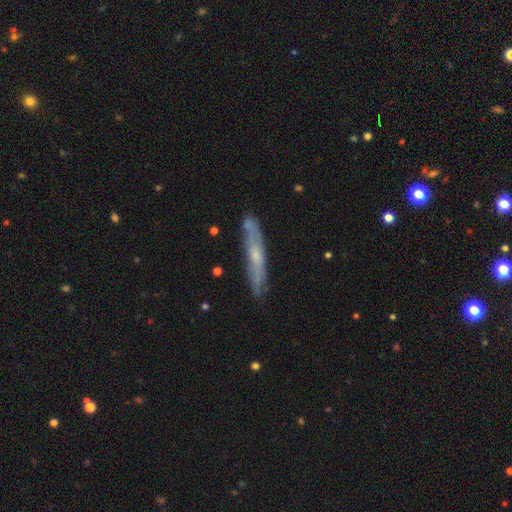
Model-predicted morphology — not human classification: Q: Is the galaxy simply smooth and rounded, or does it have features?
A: featured or disk — 54%.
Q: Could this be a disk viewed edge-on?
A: yes — 79%.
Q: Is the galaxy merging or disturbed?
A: none — 81%.